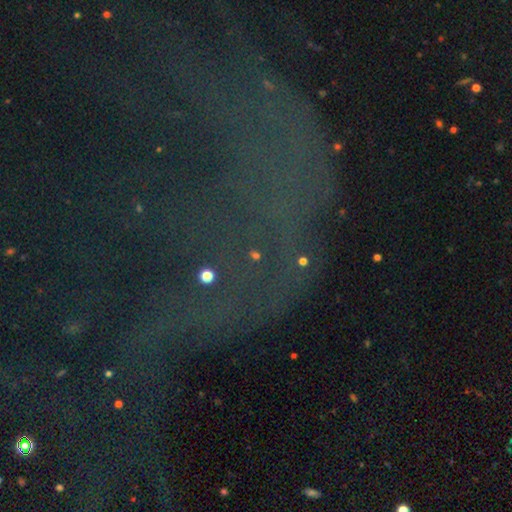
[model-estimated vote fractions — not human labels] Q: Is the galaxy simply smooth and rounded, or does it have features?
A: star or artifact — 72%.